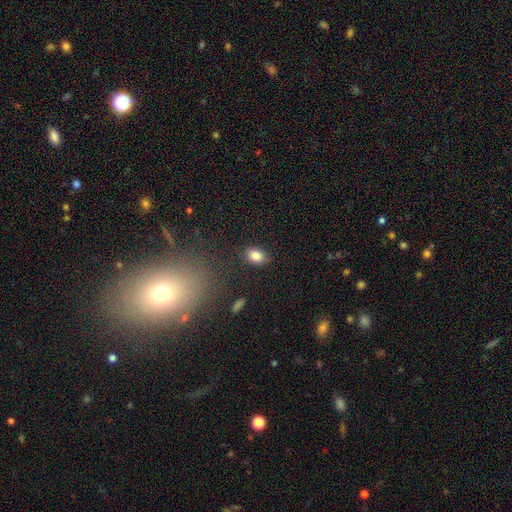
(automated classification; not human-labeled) This appears to be a smooth galaxy with no disk features (84%) that is in between round and cigar-shaped (76%). Merging: none (84%).